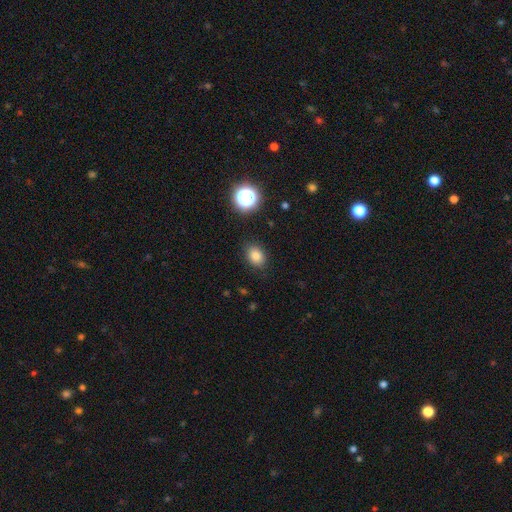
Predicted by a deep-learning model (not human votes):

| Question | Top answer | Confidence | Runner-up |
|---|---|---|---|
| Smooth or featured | smooth | 81% | star or artifact (13%) |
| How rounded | in between | 61% | round (38%) |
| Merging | none | 85% | minor disturbance (10%) |